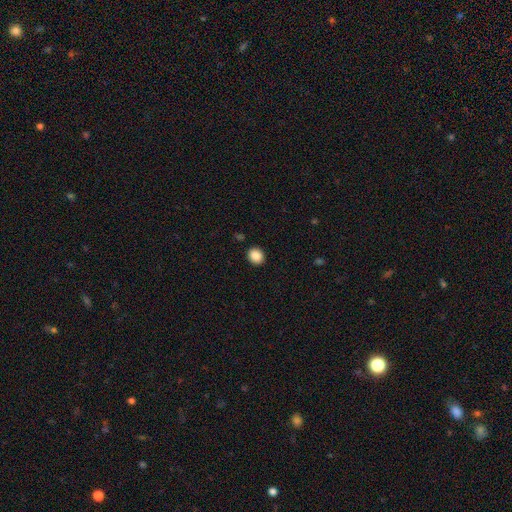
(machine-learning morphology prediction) Smooth or featured?
  - smooth: 88% *
  - star or artifact: 9%
  - featured or disk: 4%
How rounded?
  - round: 72% *
  - in between: 27%
  - cigar-shaped: 1%
Merging?
  - none: 91% *
  - minor disturbance: 6%
  - major disturbance: 2%
  - merger: 1%